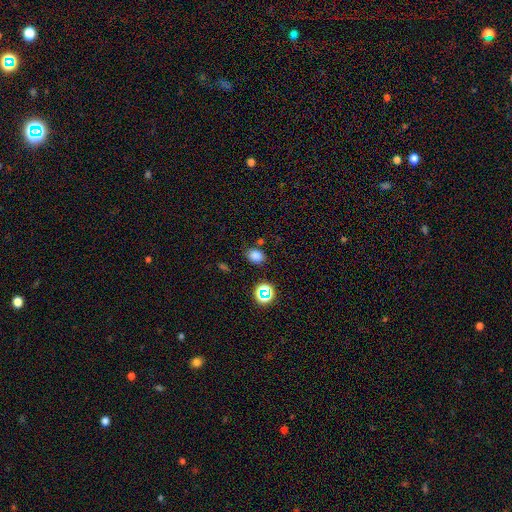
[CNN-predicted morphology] The model was most divided on "how rounded": in between: 54%, round: 45%, cigar-shaped: 1%. More confident: merging — none (79%); smooth or featured — smooth (78%).